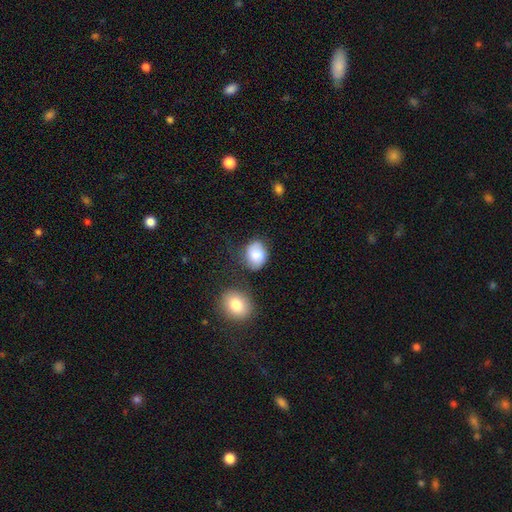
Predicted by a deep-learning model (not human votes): A smooth galaxy with no disk features (81%) that is in between round and cigar-shaped (56%). Merging: none (61%).